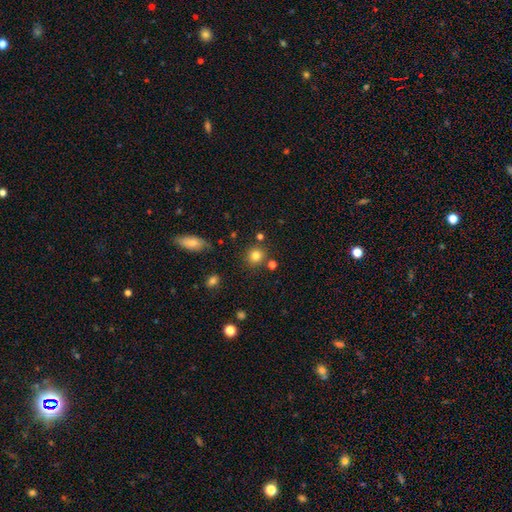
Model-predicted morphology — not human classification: A smooth galaxy with no disk features (81%) that is round (88%). Merging: none (81%).